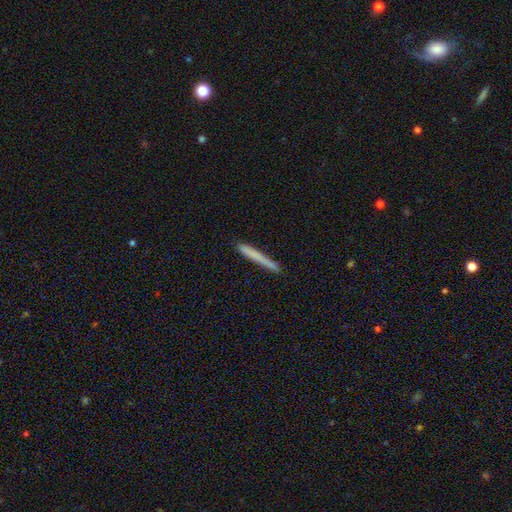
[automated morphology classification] This is likely a smooth galaxy (69%). How rounded: clearly cigar-shaped (97%). Merging: clearly none (86%).